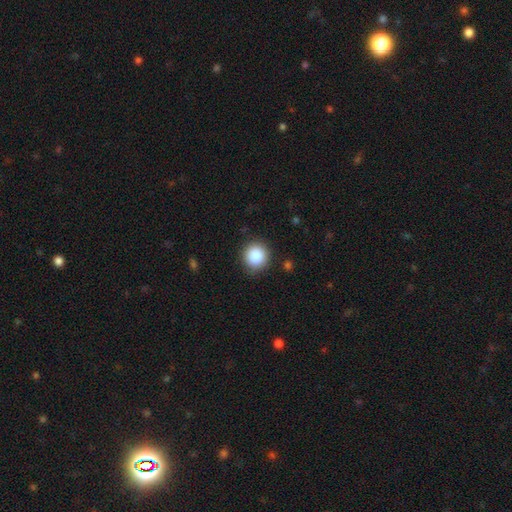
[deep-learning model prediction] A smooth galaxy with no disk features (88%) that is round (93%). Merging: none (88%).